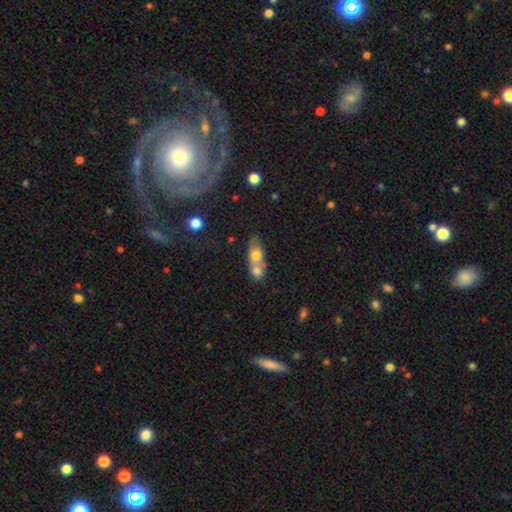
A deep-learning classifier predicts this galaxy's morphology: The model was most divided on "merging": merger: 64%, none: 24%, minor disturbance: 8%, major disturbance: 4%. More confident: smooth or featured — smooth (67%); how rounded — in between (66%).